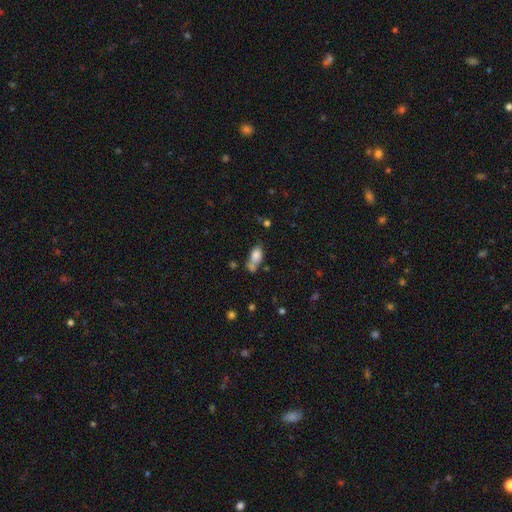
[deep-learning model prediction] The model was most divided on "merging": none: 37%, merger: 36%, minor disturbance: 18%, major disturbance: 9%. More confident: how rounded — in between (86%); smooth or featured — smooth (77%).